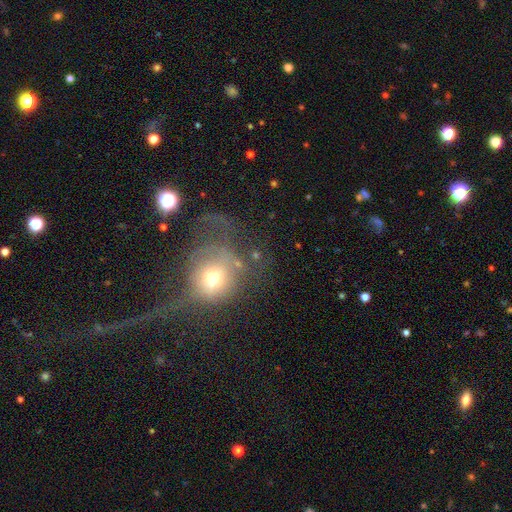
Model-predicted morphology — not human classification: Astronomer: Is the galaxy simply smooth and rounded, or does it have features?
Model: smooth — 51% (runner-up: featured or disk, 30%).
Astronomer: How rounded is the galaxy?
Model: round — 77%.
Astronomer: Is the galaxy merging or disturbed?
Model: major disturbance — 42% (runner-up: none, 32%).